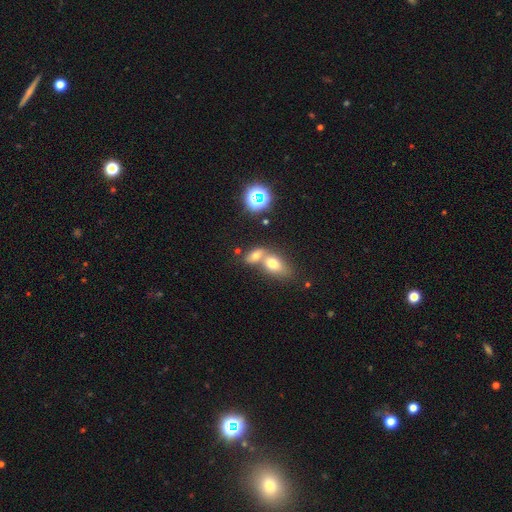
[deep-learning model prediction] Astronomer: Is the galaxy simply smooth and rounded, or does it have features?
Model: smooth — 68%.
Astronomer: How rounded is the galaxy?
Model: in between — 78%.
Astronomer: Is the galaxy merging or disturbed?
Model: merger — 60%.